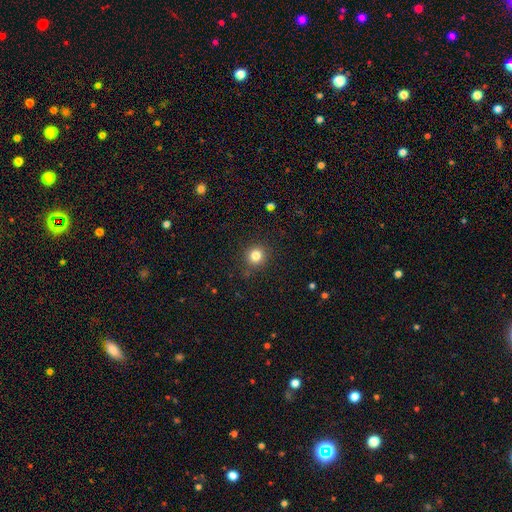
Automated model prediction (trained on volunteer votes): Q: Smooth or featured?
A: smooth (82%); runner-up: star or artifact (13%)
Q: How rounded?
A: round (91%); runner-up: in between (8%)
Q: Merging?
A: none (89%); runner-up: minor disturbance (8%)